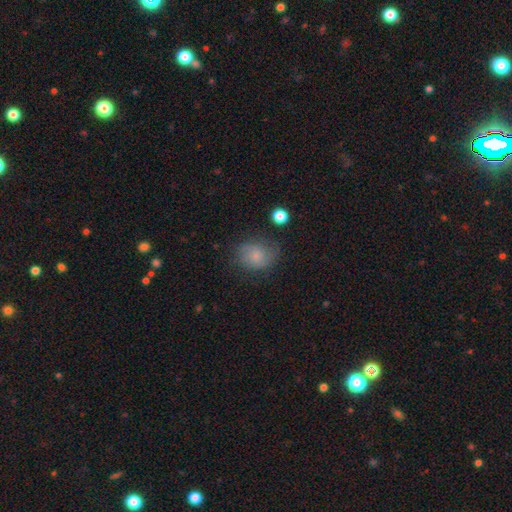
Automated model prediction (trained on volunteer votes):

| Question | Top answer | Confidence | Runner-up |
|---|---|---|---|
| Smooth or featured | smooth | 66% | featured or disk (24%) |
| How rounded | round | 52% | in between (47%) |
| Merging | none | 62% | minor disturbance (25%) |